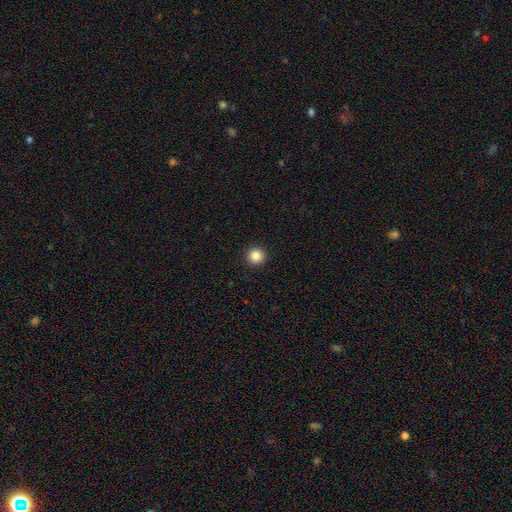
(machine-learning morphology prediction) Smooth or featured? smooth (86%)
How rounded? round (95%)
Merging? none (94%)